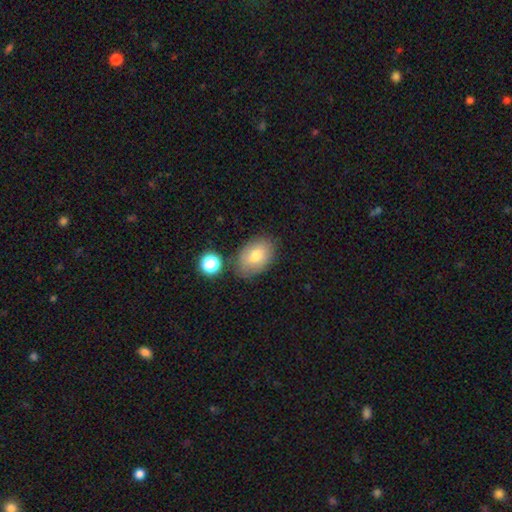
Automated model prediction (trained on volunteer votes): This appears to be a smooth galaxy with no disk features (74%) that is in between round and cigar-shaped (85%). Merging: none (74%).